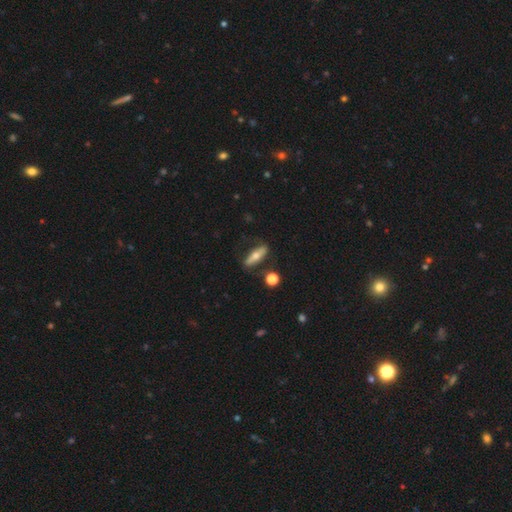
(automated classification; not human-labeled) A featured or disk galaxy (47%, tied with smooth). Merging: none (79%).